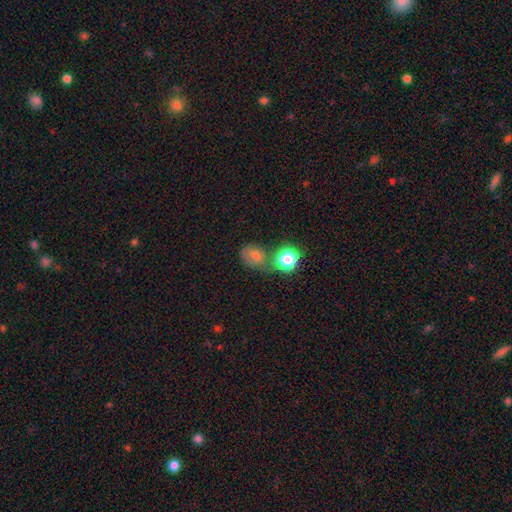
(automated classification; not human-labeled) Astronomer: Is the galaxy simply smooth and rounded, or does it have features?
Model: smooth — 60%.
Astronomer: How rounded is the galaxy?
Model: round — 55% (runner-up: in between, 44%).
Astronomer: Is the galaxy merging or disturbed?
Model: none — 48% (runner-up: merger, 23%).